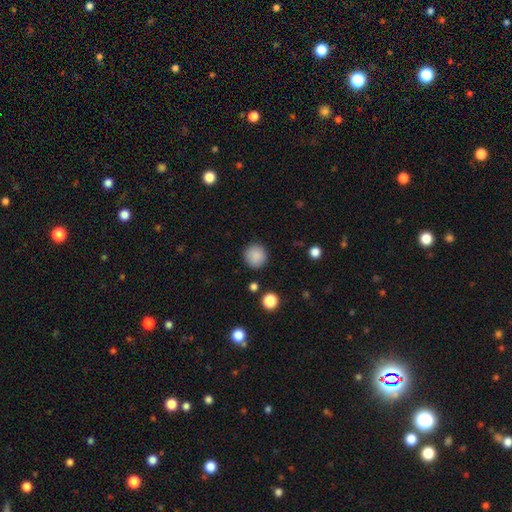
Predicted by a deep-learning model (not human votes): The model was most divided on "smooth or featured": smooth: 87%, star or artifact: 9%, featured or disk: 4%. More confident: how rounded — round (93%); merging — none (89%).